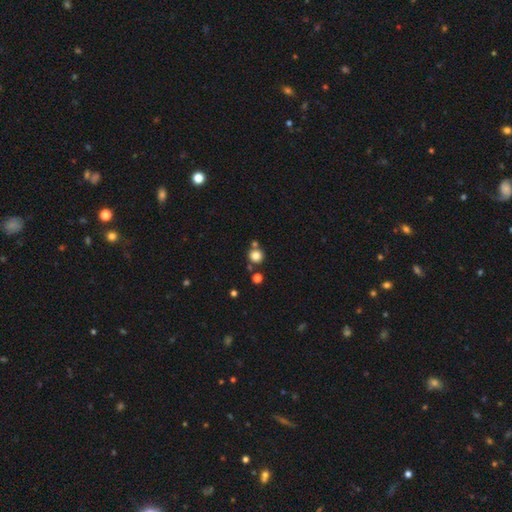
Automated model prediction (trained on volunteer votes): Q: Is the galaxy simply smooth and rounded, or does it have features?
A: smooth — 81%.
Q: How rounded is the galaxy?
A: round — 93%.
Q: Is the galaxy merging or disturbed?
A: none — 74%.